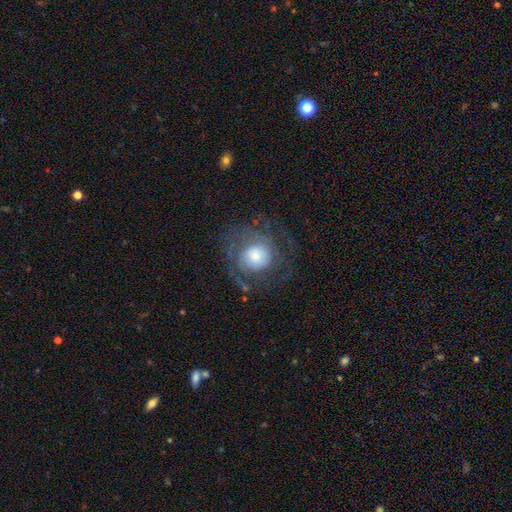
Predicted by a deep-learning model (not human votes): smooth-or-featured: featured or disk: 66% | smooth: 26% | star or artifact: 8%
  disk-edge-on: no: 97% | yes: 3%
    bar: no: 76% | weak: 19% | strong: 4%
    has-spiral-arms: yes: 87% | no: 13%
      spiral-winding: tight: 42% | medium: 39% | loose: 19%
      spiral-arm-count: can't tell: 31% | 2: 27% | 3: 18% | 1: 9% | 4: 8% | more than 4: 7%
    bulge-size: moderate: 34% | large: 30% | small: 25% | dominant: 8% | none: 2%
  merging: none: 62% | major disturbance: 21% | minor disturbance: 15% | merger: 2%